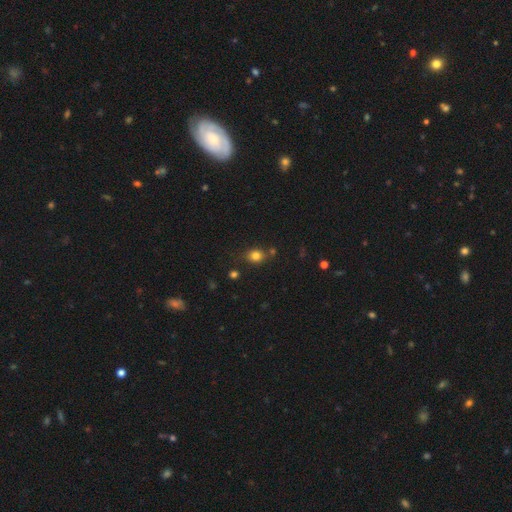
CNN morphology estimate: Smooth or featured? Predicted: smooth (p=0.80). How rounded? Predicted: round (p=0.66). Merging? Predicted: none (p=0.73).